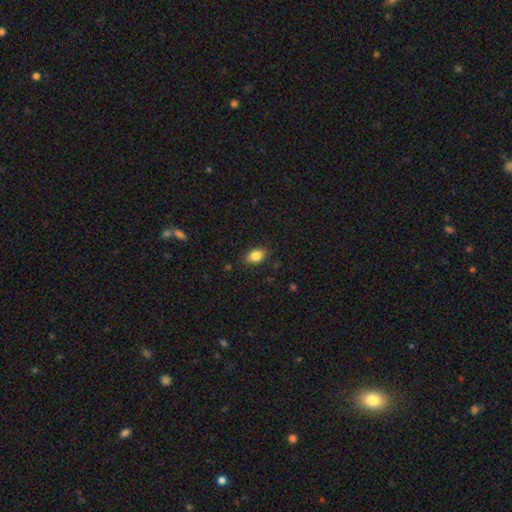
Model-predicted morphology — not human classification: smooth 85%, star or artifact 9%, featured or disk 7%. Down the decision tree: how rounded — in between (82%); merging — none (86%).